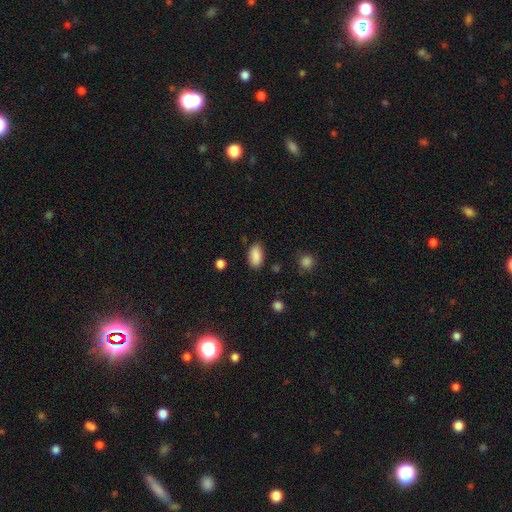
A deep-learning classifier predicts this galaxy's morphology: The model was most divided on "merging": none: 79%, minor disturbance: 16%, major disturbance: 3%, merger: 2%. More confident: how rounded — in between (92%); smooth or featured — smooth (88%).